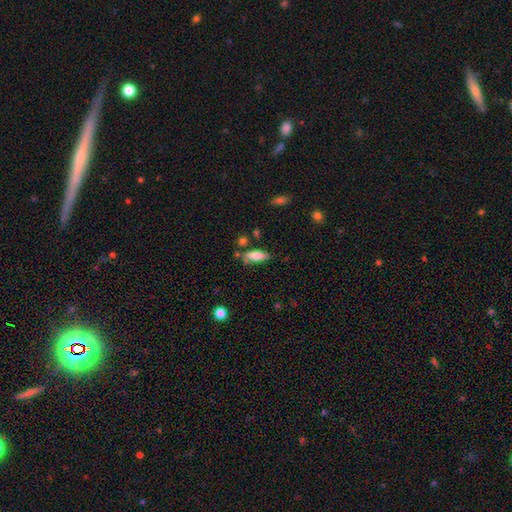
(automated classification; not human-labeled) Q: Smooth or featured?
A: smooth (76%); runner-up: featured or disk (16%)
Q: How rounded?
A: in between (65%); runner-up: cigar-shaped (33%)
Q: Merging?
A: none (66%); runner-up: minor disturbance (20%)